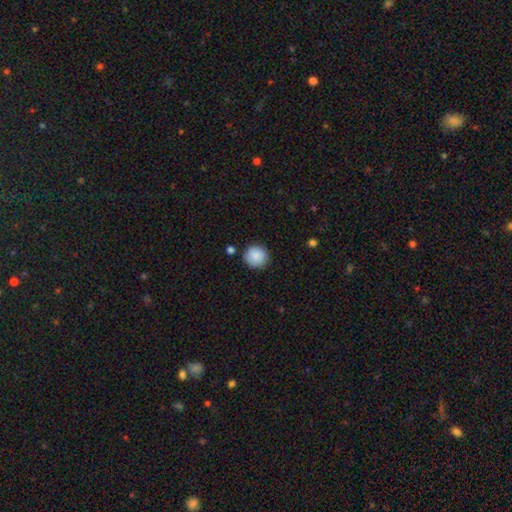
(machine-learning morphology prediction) Q: Smooth or featured?
A: smooth (88%); runner-up: star or artifact (8%)
Q: How rounded?
A: round (93%); runner-up: in between (6%)
Q: Merging?
A: none (87%); runner-up: minor disturbance (8%)